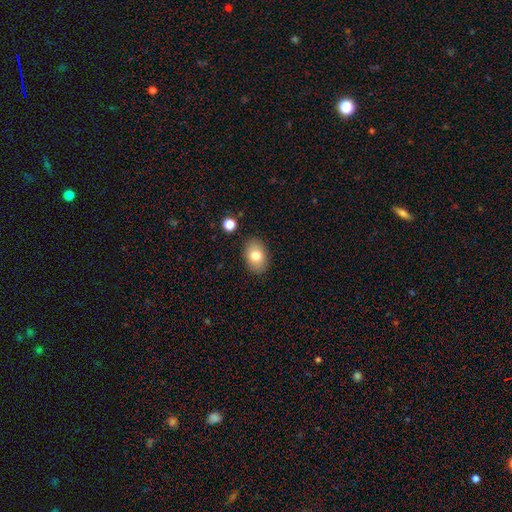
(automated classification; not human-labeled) smooth-or-featured: smooth: 79% | featured or disk: 13% | star or artifact: 8%
  how-rounded: in between: 82% | round: 17% | cigar-shaped: 1%
  merging: none: 87% | minor disturbance: 9% | major disturbance: 2% | merger: 2%